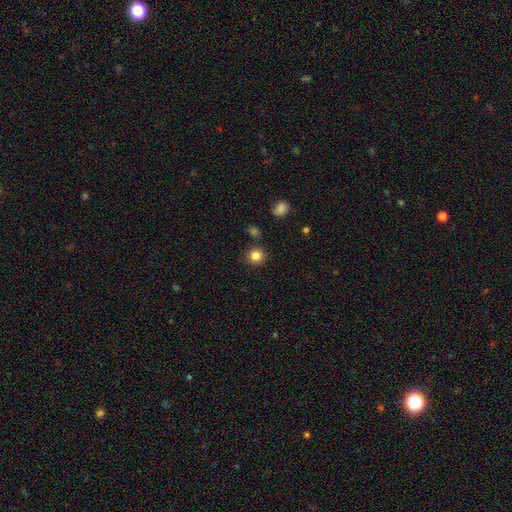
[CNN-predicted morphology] A smooth galaxy with no disk features (84%) that is round (92%).

Vote fractions:
- Smooth or featured? smooth: 84% / star or artifact: 11% / featured or disk: 5%
- How rounded? round: 92% / in between: 7% / cigar-shaped: 1%
- Merging? none: 87% / minor disturbance: 7% / merger: 4% / major disturbance: 2%